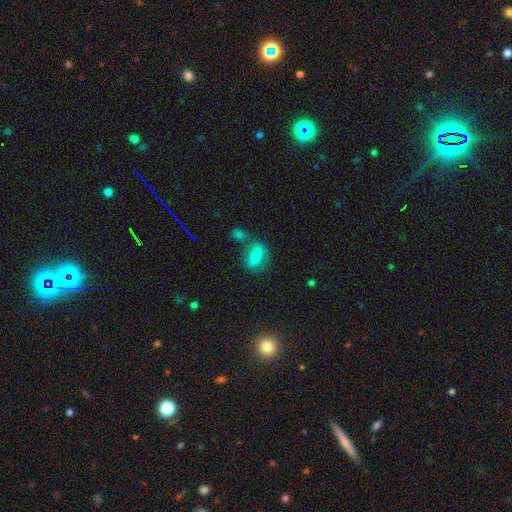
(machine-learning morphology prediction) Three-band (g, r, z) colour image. It shows a smooth galaxy with no disk features (69%) that is in between round and cigar-shaped (77%). Merging: none (56%).